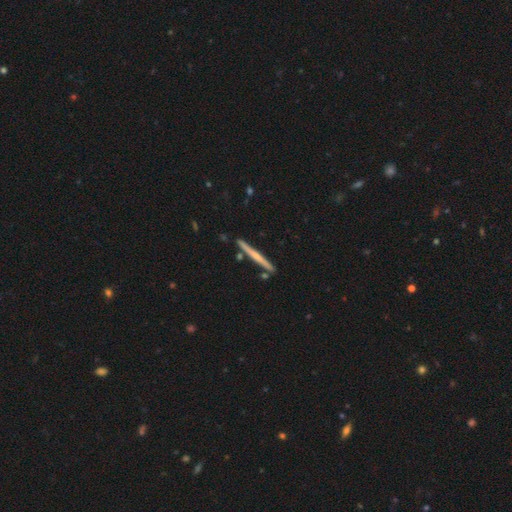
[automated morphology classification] This appears to be a featured or disk galaxy (58%) viewed edge-on (98%) with no central bulge (47%). Merging: none (88%).